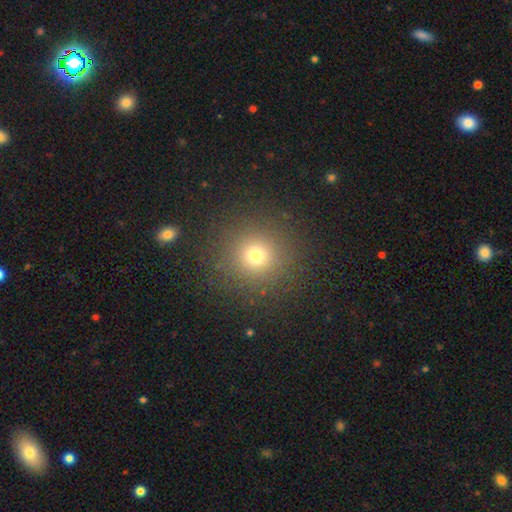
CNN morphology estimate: smooth_or_featured: smooth (p=0.70) [alt: star or artifact p=0.21]
how_rounded: round (p=0.93) [alt: in between p=0.06]
merging: none (p=0.88) [alt: minor disturbance p=0.07]